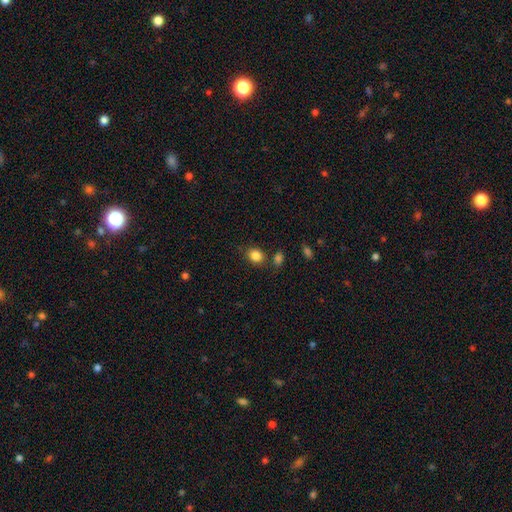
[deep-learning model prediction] Smooth or featured?
  - smooth: 85% *
  - star or artifact: 10%
  - featured or disk: 5%
How rounded?
  - round: 56% *
  - in between: 43%
  - cigar-shaped: 1%
Merging?
  - none: 74% *
  - minor disturbance: 13%
  - merger: 9%
  - major disturbance: 4%